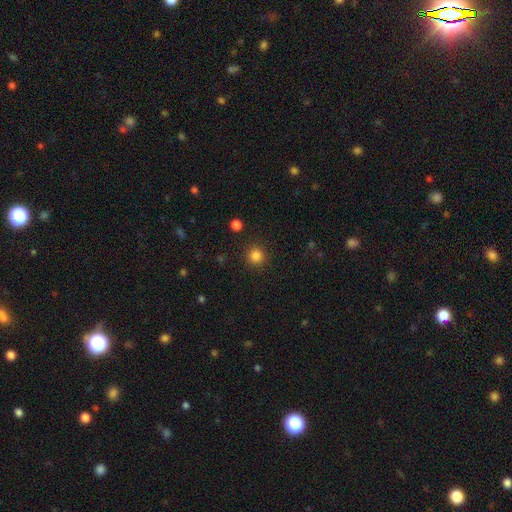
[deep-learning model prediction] Smooth or featured: smooth — 84% (star or artifact — 13%)
How rounded: round — 94% (in between — 5%)
Merging: none — 90% (minor disturbance — 6%)